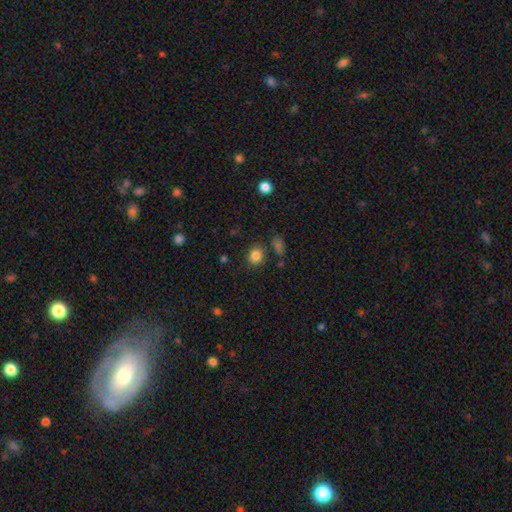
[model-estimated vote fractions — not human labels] Smooth or featured? smooth (84%)
How rounded? round (69%)
Merging? none (80%)